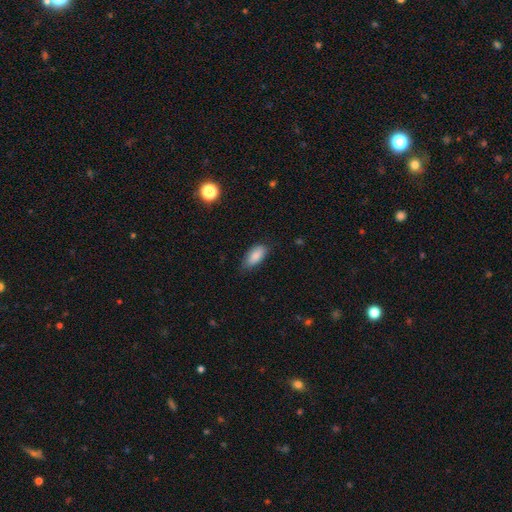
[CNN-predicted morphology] A smooth galaxy with no disk features (86%) that is in between round and cigar-shaped (89%).

Vote fractions:
- Smooth or featured? smooth: 86% / featured or disk: 7% / star or artifact: 7%
- How rounded? in between: 89% / cigar-shaped: 8% / round: 2%
- Merging? none: 75% / minor disturbance: 21% / major disturbance: 3% / merger: 1%